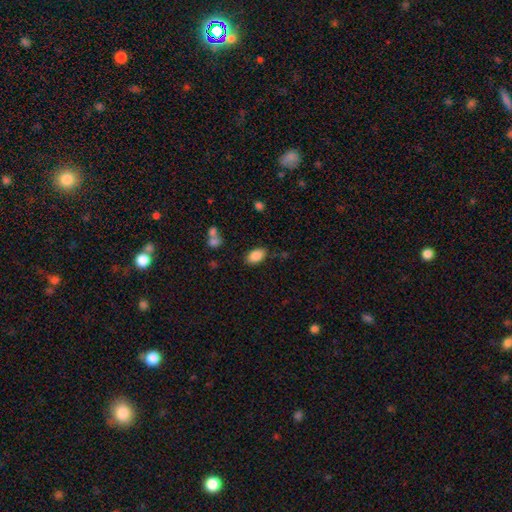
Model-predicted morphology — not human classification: Smooth or featured: smooth — 87% (star or artifact — 8%)
How rounded: in between — 92% (round — 6%)
Merging: none — 82% (minor disturbance — 12%)